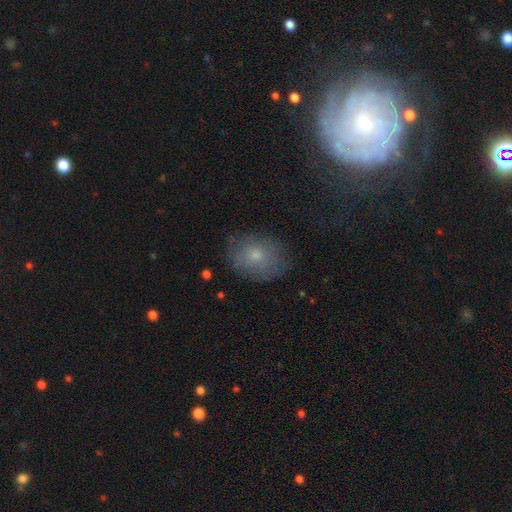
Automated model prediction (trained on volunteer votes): Smooth or featured: smooth — 66% (featured or disk — 22%)
How rounded: in between — 58% (round — 41%)
Merging: none — 74% (minor disturbance — 18%)